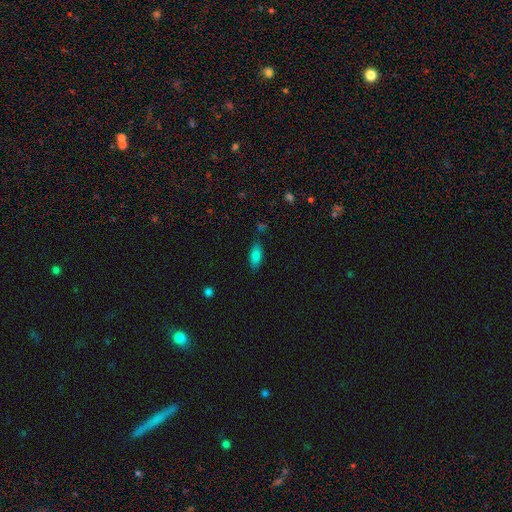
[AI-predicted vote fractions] Morphology: type=smooth (82%); roundness=in between (83%); merging=none (76%).